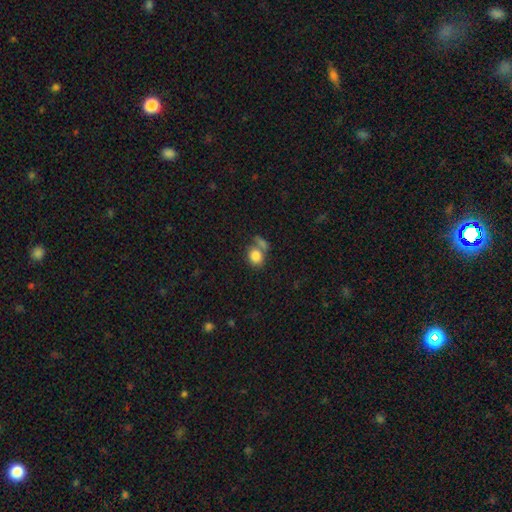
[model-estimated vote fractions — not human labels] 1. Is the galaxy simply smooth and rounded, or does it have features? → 83% smooth, 9% star or artifact, 8% featured or disk.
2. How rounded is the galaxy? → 56% round, 42% in between, 1% cigar-shaped.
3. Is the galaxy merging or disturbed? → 46% none, 36% merger, 12% minor disturbance, 6% major disturbance.